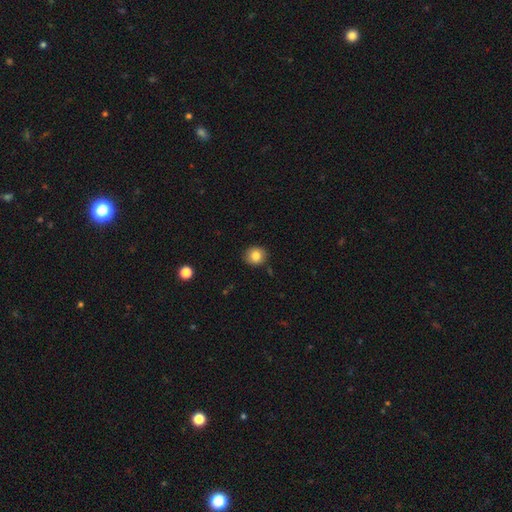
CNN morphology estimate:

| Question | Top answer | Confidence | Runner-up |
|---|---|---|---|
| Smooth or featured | smooth | 84% | star or artifact (10%) |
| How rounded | round | 83% | in between (16%) |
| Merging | none | 86% | minor disturbance (10%) |